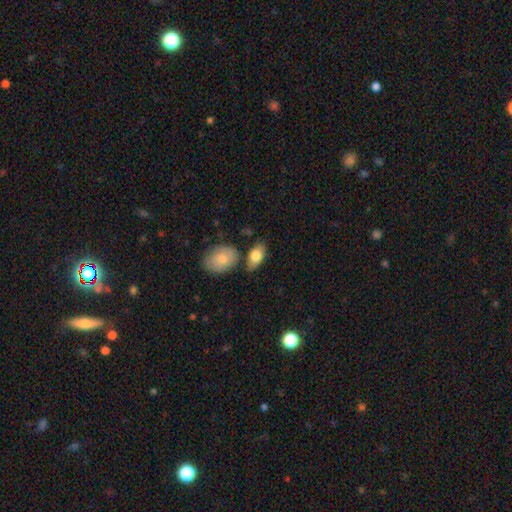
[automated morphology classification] Overall: smooth (78%). How rounded: in between (89%). Merging: none (68%).